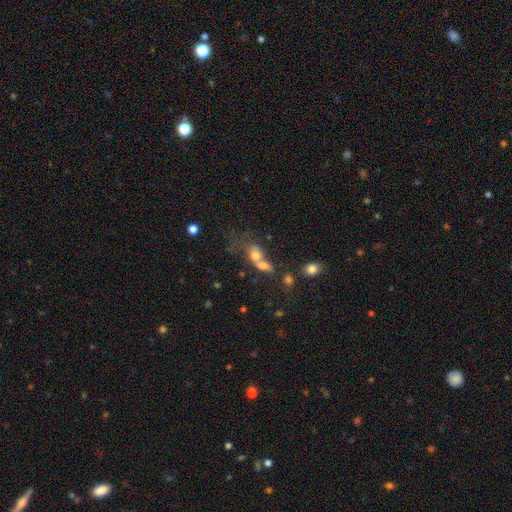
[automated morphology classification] This is likely a smooth galaxy (63%). How rounded: possibly in between (55%). Merging: likely merger (68%).